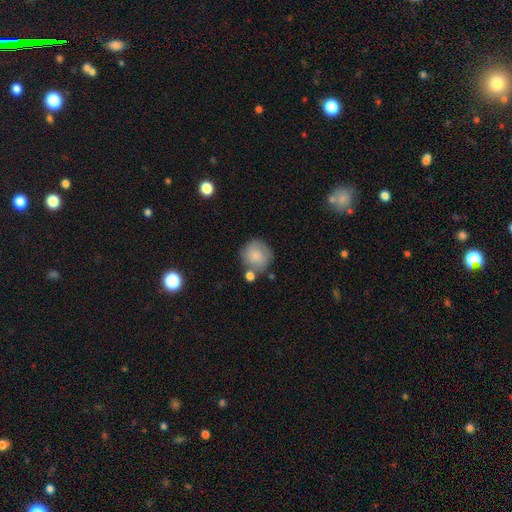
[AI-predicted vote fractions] Smooth or featured: smooth — 77% (featured or disk — 16%)
How rounded: round — 88% (in between — 11%)
Merging: none — 61% (minor disturbance — 18%)